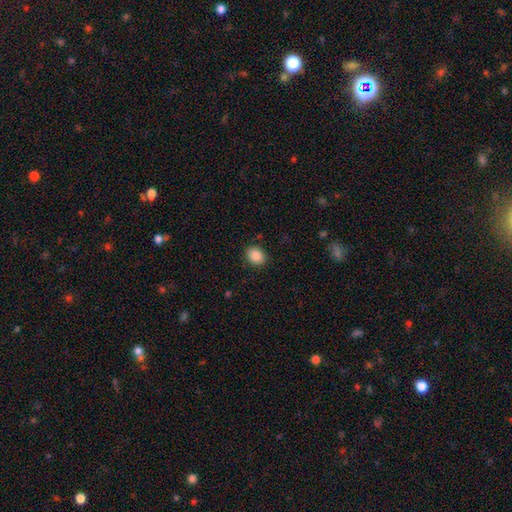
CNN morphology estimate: A smooth galaxy with no disk features (88%) that is in between round and cigar-shaped (52%). Merging: none (88%).